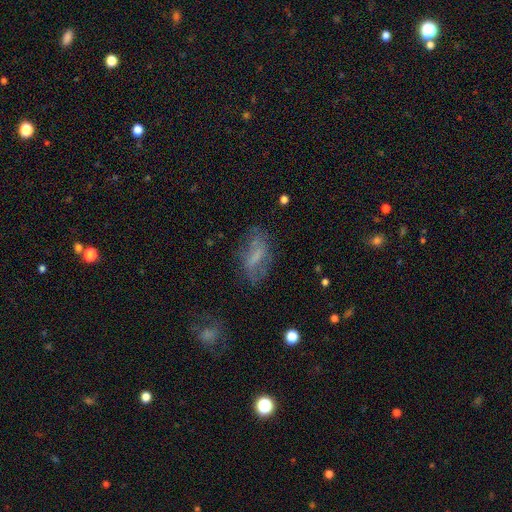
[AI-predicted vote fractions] smooth-or-featured: smooth: 50% | featured or disk: 38% | star or artifact: 12%
  how-rounded: in between: 77% | cigar-shaped: 18% | round: 5%
  merging: none: 61% | minor disturbance: 22% | major disturbance: 14% | merger: 3%